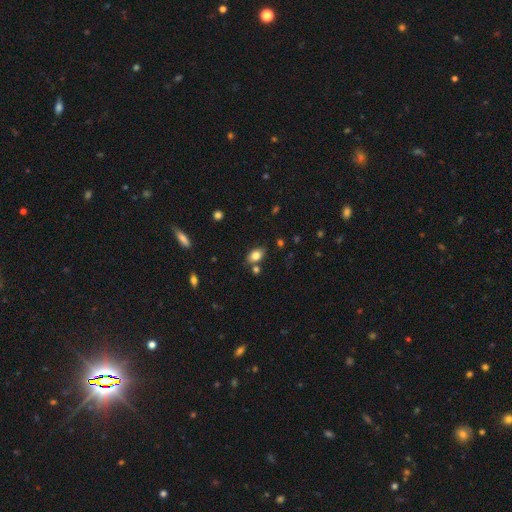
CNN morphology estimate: smooth_or_featured: smooth (p=0.80) [alt: featured or disk p=0.11]
how_rounded: in between (p=0.84) [alt: round p=0.14]
merging: none (p=0.74) [alt: minor disturbance p=0.13]